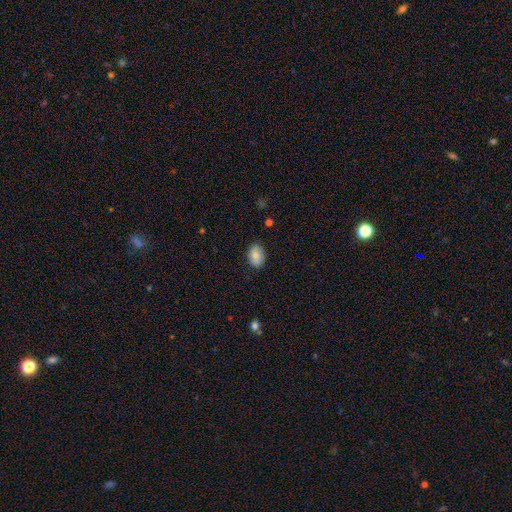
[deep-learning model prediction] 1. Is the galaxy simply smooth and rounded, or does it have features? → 79% smooth, 14% featured or disk, 7% star or artifact.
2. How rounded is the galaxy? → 81% in between, 18% round, 1% cigar-shaped.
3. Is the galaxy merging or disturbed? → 84% none, 13% minor disturbance, 2% major disturbance, 1% merger.